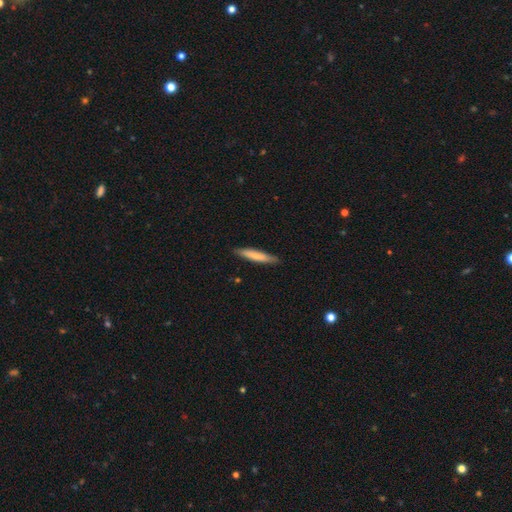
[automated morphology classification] A smooth galaxy with no disk features (76%) that is cigar-shaped (91%).

Vote fractions:
- Smooth or featured? smooth: 76% / featured or disk: 19% / star or artifact: 5%
- How rounded? cigar-shaped: 91% / in between: 8% / round: 1%
- Merging? none: 88% / minor disturbance: 9% / major disturbance: 2% / merger: 1%